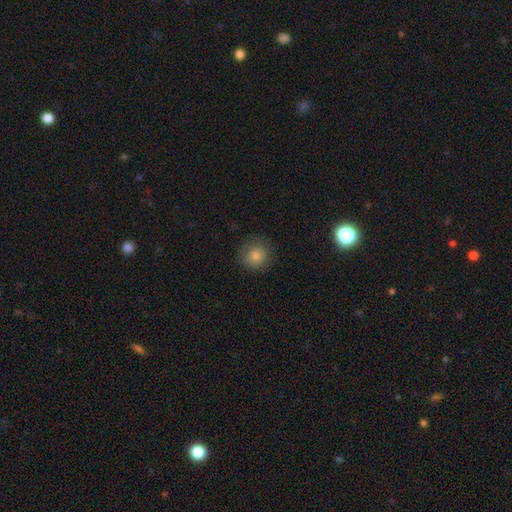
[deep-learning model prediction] Smooth or featured?
  - smooth: 78% *
  - star or artifact: 13%
  - featured or disk: 9%
How rounded?
  - round: 91% *
  - in between: 8%
  - cigar-shaped: 1%
Merging?
  - none: 84% *
  - minor disturbance: 11%
  - major disturbance: 3%
  - merger: 1%